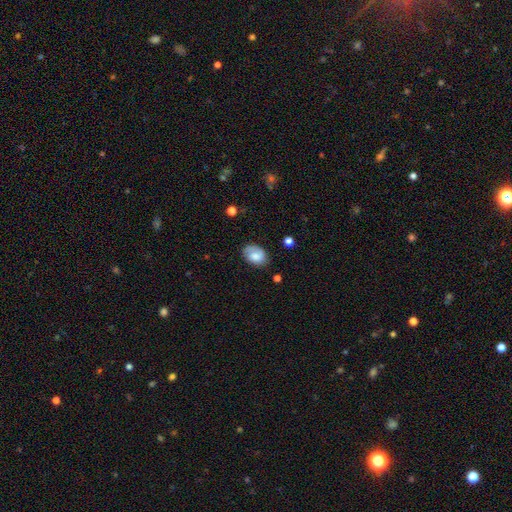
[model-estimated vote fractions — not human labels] This is likely a smooth galaxy (66%). How rounded: likely in between (80%). Merging: likely none (68%).